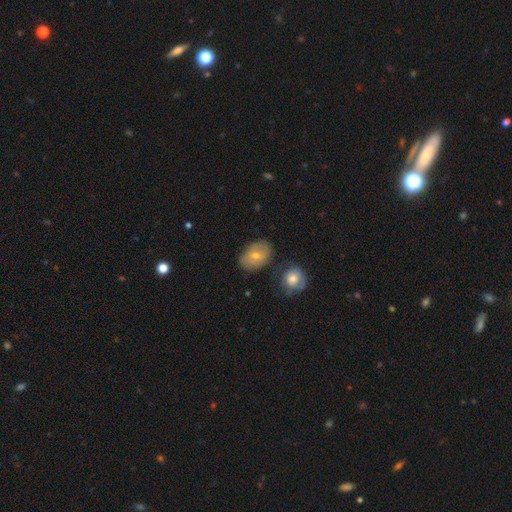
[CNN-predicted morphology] Q: Smooth or featured?
A: smooth (67%); runner-up: featured or disk (26%)
Q: How rounded?
A: in between (79%); runner-up: round (20%)
Q: Merging?
A: none (70%); runner-up: minor disturbance (17%)